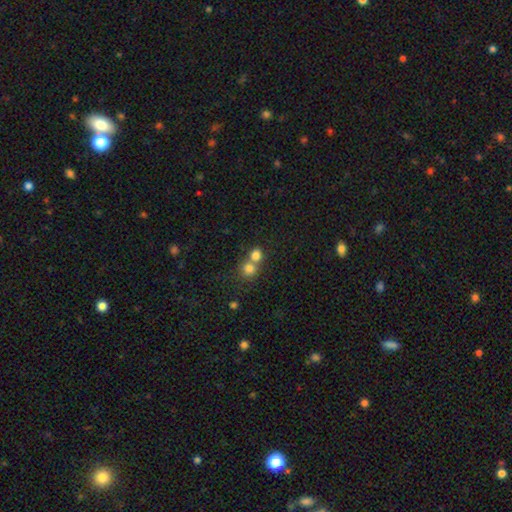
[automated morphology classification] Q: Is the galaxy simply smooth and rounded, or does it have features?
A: smooth — 79%.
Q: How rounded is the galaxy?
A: round — 80%.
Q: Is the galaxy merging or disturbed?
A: merger — 53%.